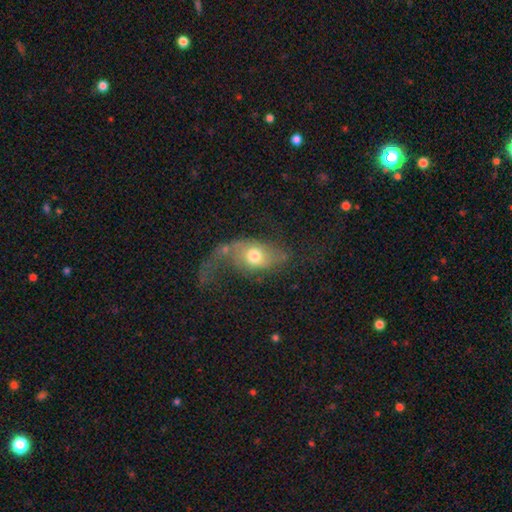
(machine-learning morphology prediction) The model was most divided on "smooth or featured": featured or disk: 48%, smooth: 44%, star or artifact: 9%. More confident: merging — major disturbance (55%).